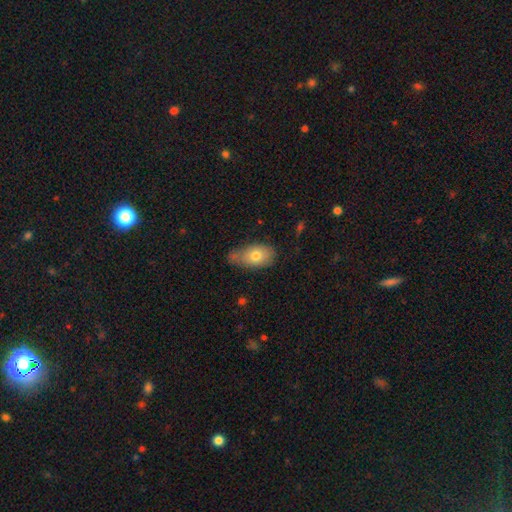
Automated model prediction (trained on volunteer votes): This is likely a smooth galaxy (73%). How rounded: clearly in between (87%). Merging: marginally none (44%).